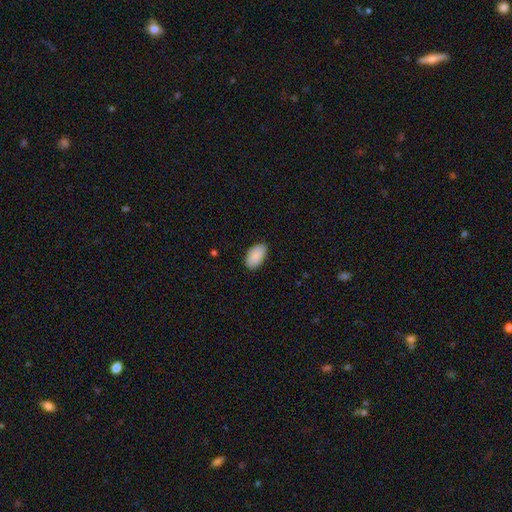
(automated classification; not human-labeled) smooth 88%, star or artifact 6%, featured or disk 6%. Down the decision tree: how rounded — in between (95%); merging — none (83%).